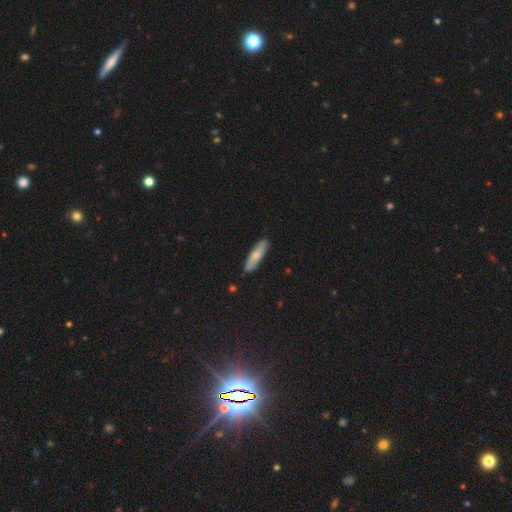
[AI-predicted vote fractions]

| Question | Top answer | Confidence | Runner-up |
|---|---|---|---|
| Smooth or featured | smooth | 72% | featured or disk (23%) |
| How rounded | cigar-shaped | 67% | in between (31%) |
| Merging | none | 86% | minor disturbance (11%) |